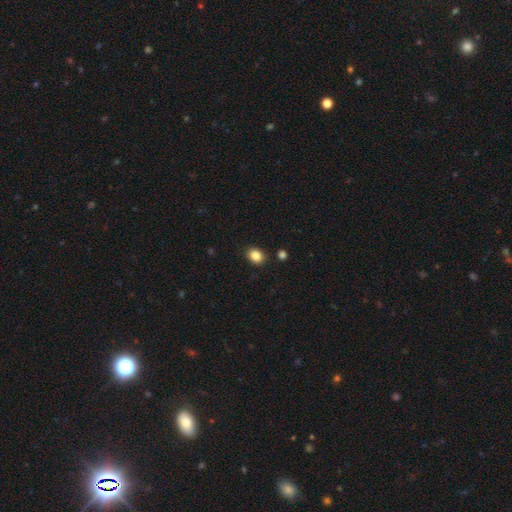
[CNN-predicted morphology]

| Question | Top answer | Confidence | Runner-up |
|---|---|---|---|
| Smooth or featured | smooth | 86% | star or artifact (10%) |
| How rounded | in between | 53% | round (46%) |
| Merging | none | 87% | minor disturbance (8%) |